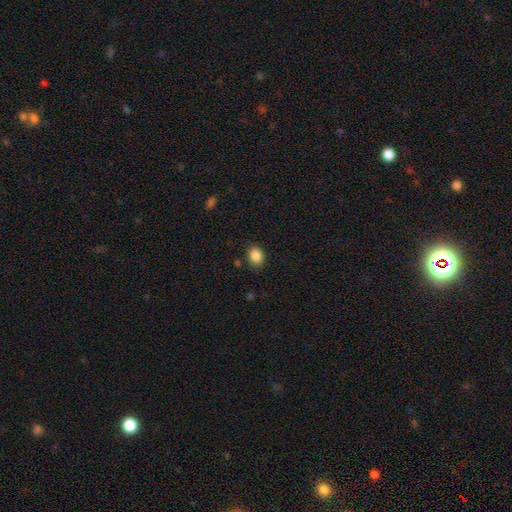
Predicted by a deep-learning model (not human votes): Smooth or featured?
  - smooth: 87% *
  - star or artifact: 9%
  - featured or disk: 3%
How rounded?
  - in between: 54% *
  - round: 45%
  - cigar-shaped: 1%
Merging?
  - none: 83% *
  - minor disturbance: 12%
  - major disturbance: 3%
  - merger: 2%